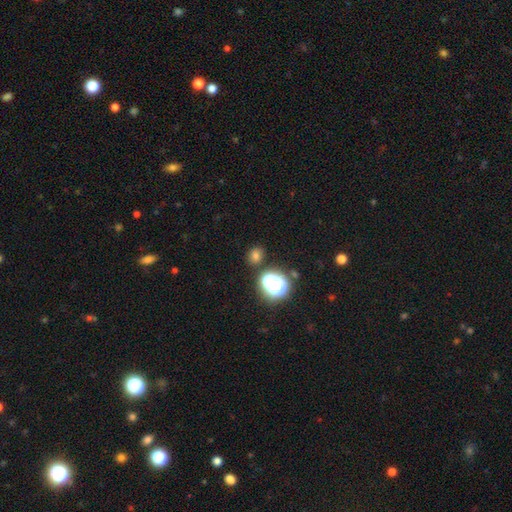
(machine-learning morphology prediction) The model was most divided on "how rounded": round: 58%, in between: 41%, cigar-shaped: 1%. More confident: merging — none (80%); smooth or featured — smooth (70%).